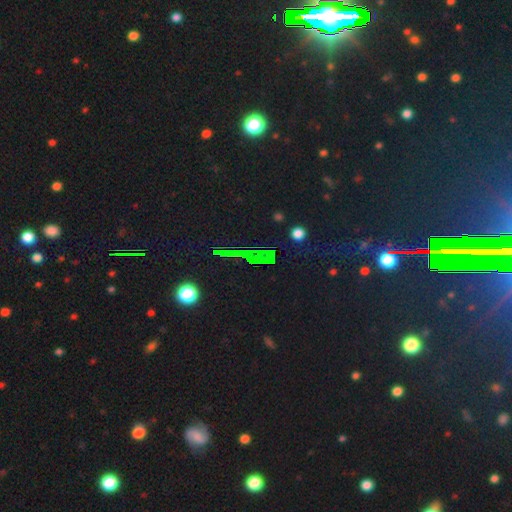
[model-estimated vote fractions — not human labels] Smooth or featured? star or artifact (76%)